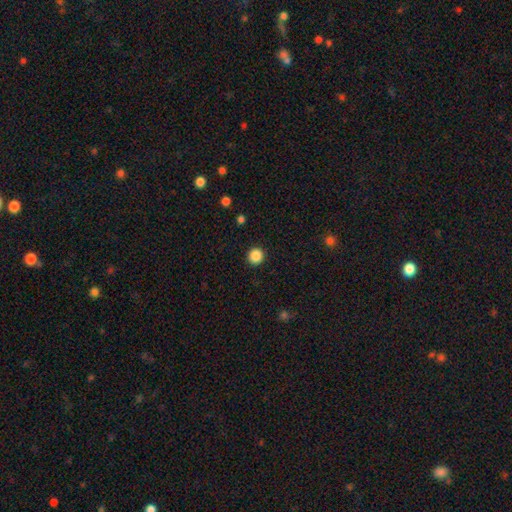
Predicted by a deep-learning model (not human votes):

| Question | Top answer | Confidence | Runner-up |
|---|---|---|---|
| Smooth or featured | smooth | 87% | star or artifact (10%) |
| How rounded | round | 93% | in between (6%) |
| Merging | none | 93% | minor disturbance (5%) |